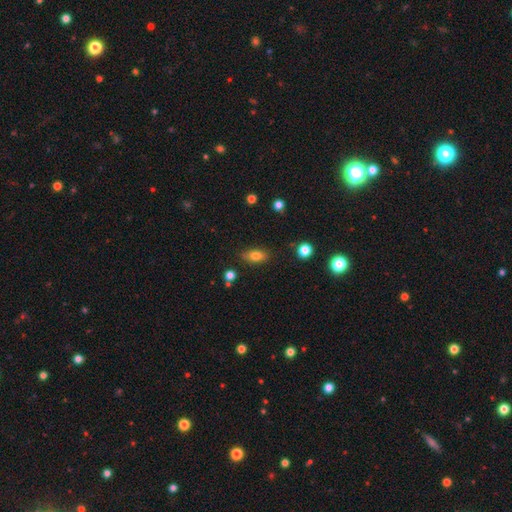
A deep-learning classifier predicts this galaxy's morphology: smooth 78%, featured or disk 13%, star or artifact 10%. Down the decision tree: how rounded — in between (83%); merging — none (82%).